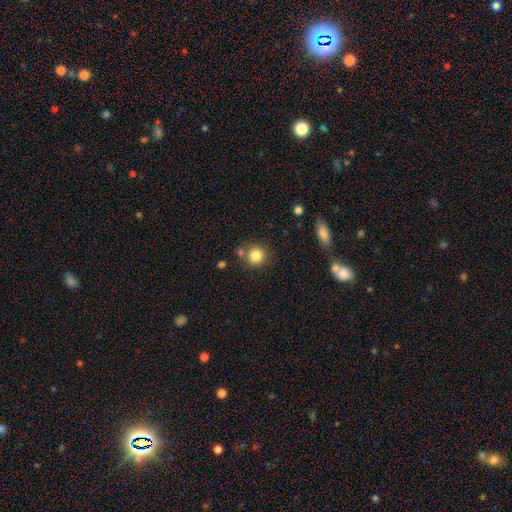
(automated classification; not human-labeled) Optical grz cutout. It shows a smooth galaxy with no disk features (83%) that is round (91%). Merging: none (72%).